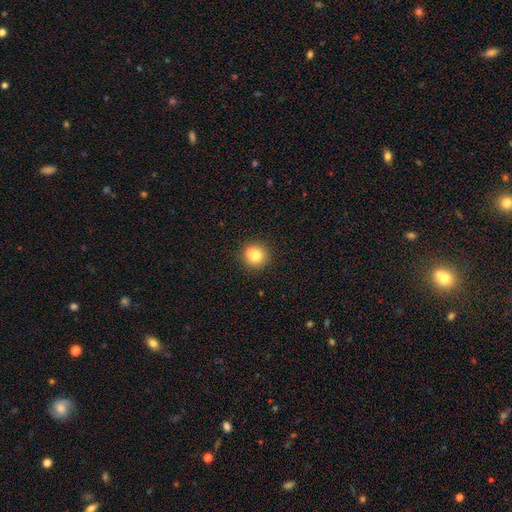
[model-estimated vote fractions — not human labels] This appears to be a smooth galaxy with no disk features (69%) that is round (86%). Merging: none (50%).